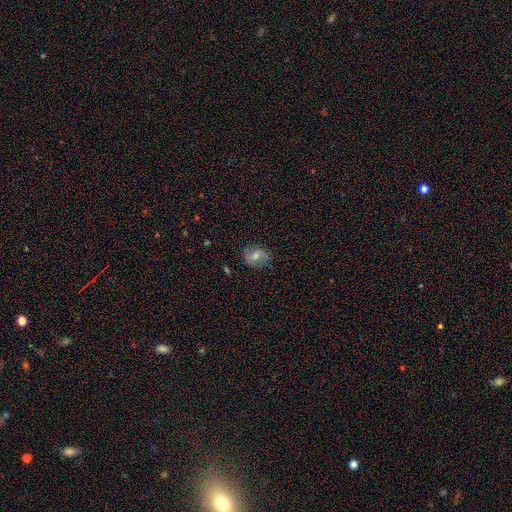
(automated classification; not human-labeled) This is possibly a smooth galaxy (45%, tied with featured or disk). Merging: likely none (73%).